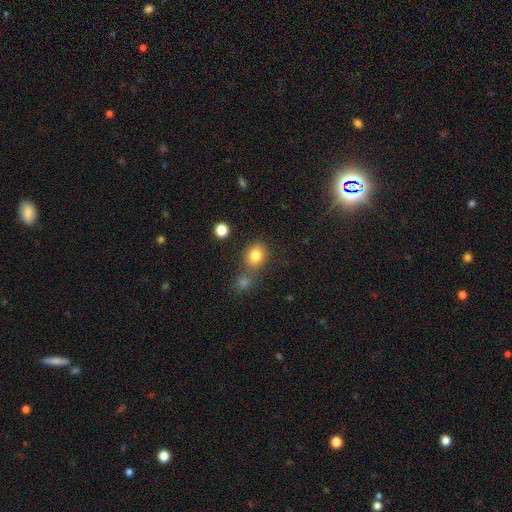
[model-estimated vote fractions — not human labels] Smooth or featured? smooth (81%)
How rounded? round (57%)
Merging? none (61%)